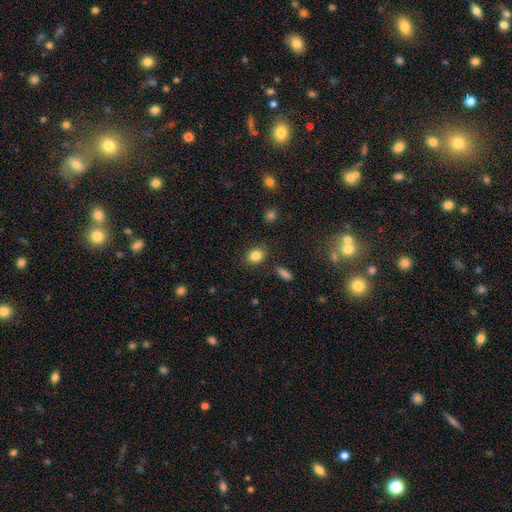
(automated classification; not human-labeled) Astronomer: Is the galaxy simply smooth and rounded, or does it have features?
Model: smooth — 84%.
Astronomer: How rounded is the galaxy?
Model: in between — 55% (runner-up: round, 44%).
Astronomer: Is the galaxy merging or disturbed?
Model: none — 84%.